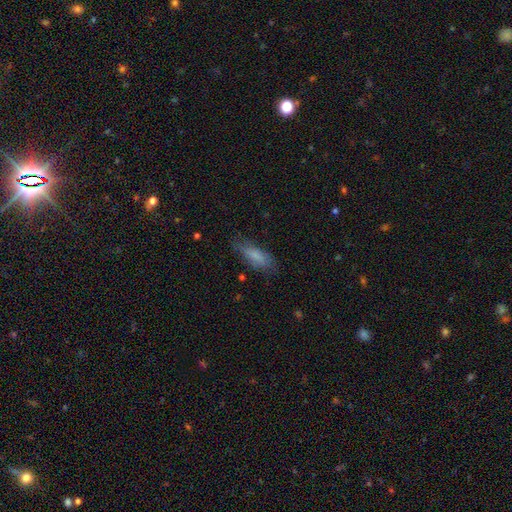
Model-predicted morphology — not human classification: Q: Smooth or featured?
A: smooth (77%); runner-up: featured or disk (16%)
Q: How rounded?
A: in between (56%); runner-up: cigar-shaped (42%)
Q: Merging?
A: none (69%); runner-up: minor disturbance (23%)